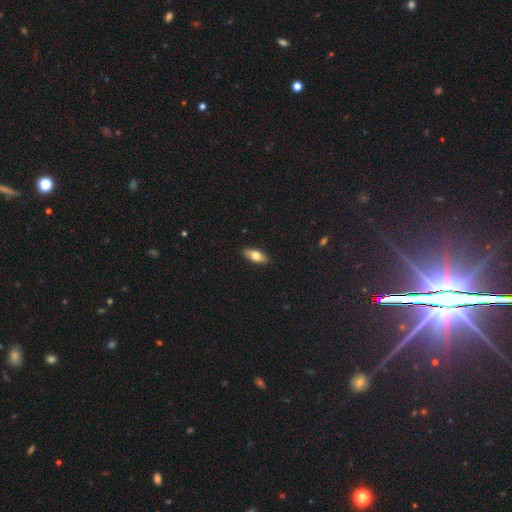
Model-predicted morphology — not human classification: This appears to be a smooth galaxy with no disk features (72%) that is in between round and cigar-shaped (79%). Merging: none (88%).